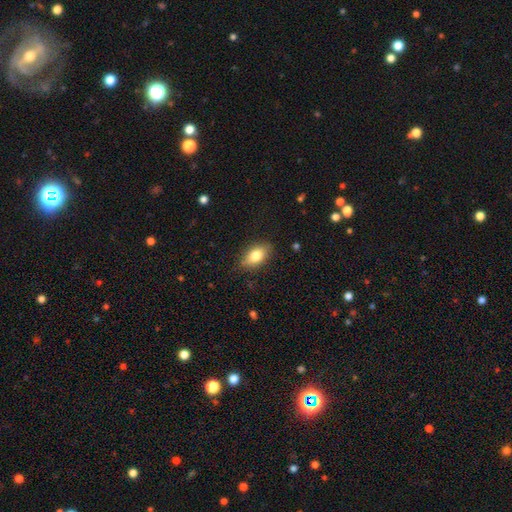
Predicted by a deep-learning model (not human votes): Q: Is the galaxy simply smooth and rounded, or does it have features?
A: smooth — 80%.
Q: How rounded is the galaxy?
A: in between — 88%.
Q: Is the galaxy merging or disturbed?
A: none — 82%.